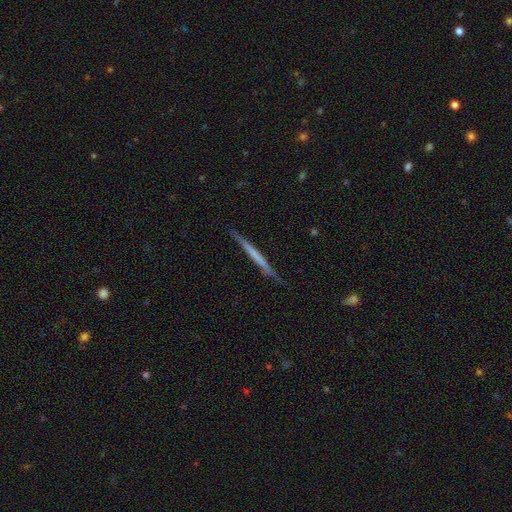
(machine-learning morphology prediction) This appears to be a featured or disk galaxy (51%) viewed edge-on (97%). Merging: none (86%).